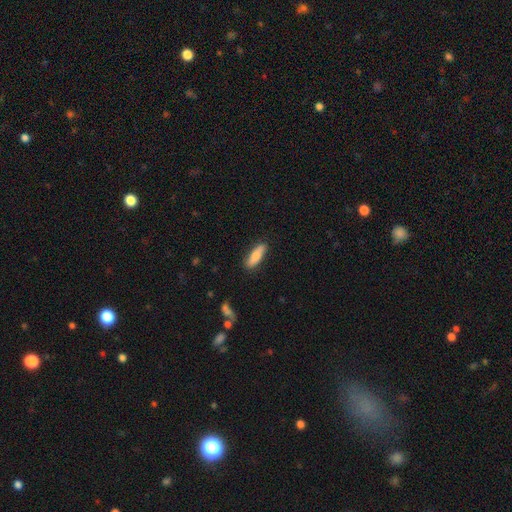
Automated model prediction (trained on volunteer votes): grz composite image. It shows a smooth galaxy with no disk features (75%) that is cigar-shaped (52%). Merging: none (86%).